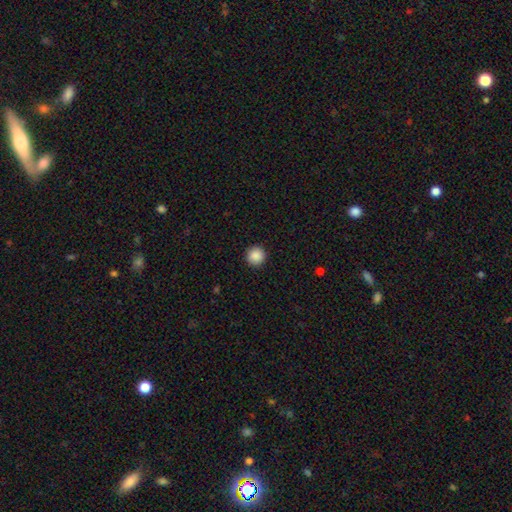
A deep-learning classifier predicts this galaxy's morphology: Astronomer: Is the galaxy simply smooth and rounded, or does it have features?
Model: smooth — 89%.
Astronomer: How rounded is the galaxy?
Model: round — 96%.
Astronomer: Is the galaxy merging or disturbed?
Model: none — 93%.